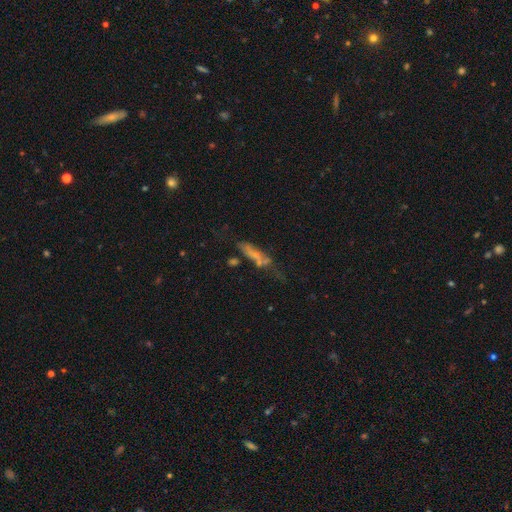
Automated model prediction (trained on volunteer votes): Smooth or featured? smooth (47%)
Merging? none (38%)